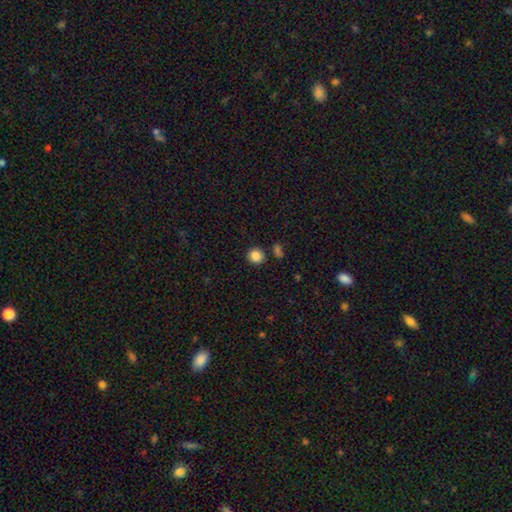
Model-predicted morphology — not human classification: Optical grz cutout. It shows a smooth galaxy with no disk features (86%) that is round (90%). Merging: none (86%).